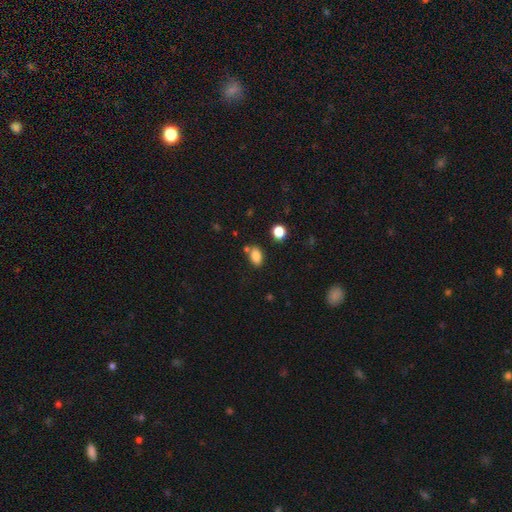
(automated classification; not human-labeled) This is clearly a smooth galaxy (85%). How rounded: clearly in between (85%). Merging: likely none (71%).